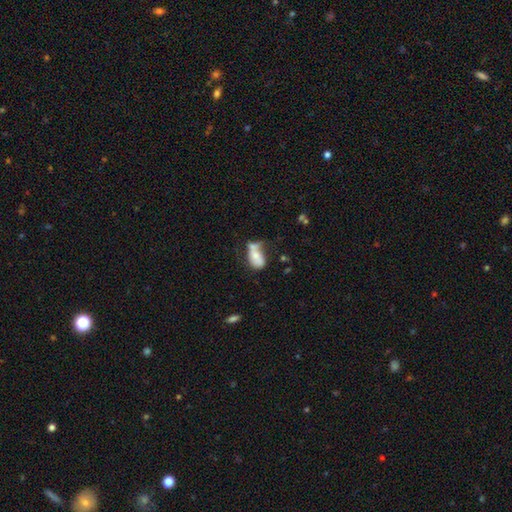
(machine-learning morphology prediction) smooth-or-featured: smooth: 64% | featured or disk: 27% | star or artifact: 9%
  how-rounded: in between: 89% | round: 7% | cigar-shaped: 4%
  merging: merger: 32% | major disturbance: 24% | none: 23% | minor disturbance: 22%